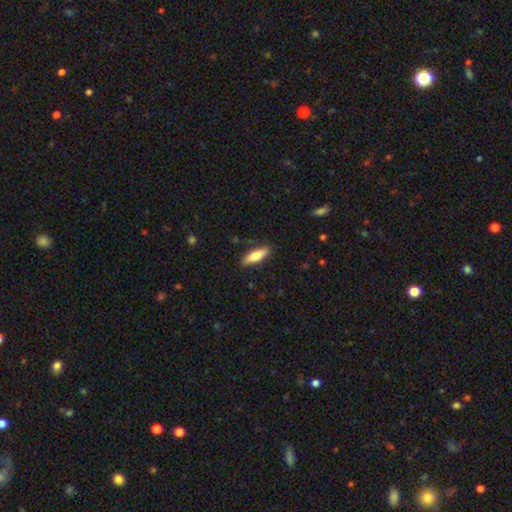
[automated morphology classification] This is likely a smooth galaxy (77%). How rounded: possibly in between (51%). Merging: clearly none (86%).